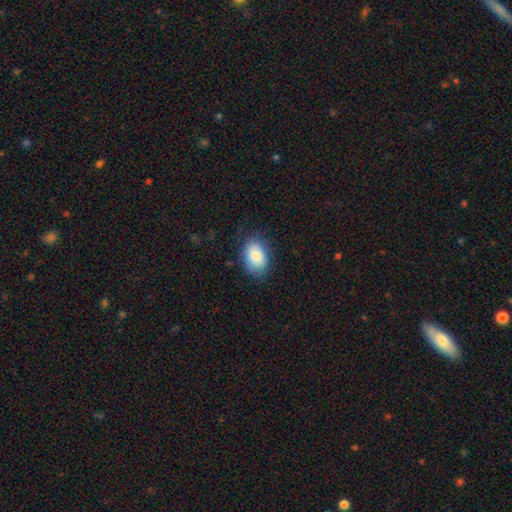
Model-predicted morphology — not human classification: smooth 82%, featured or disk 11%, star or artifact 7%. Down the decision tree: how rounded — in between (82%); merging — none (76%).